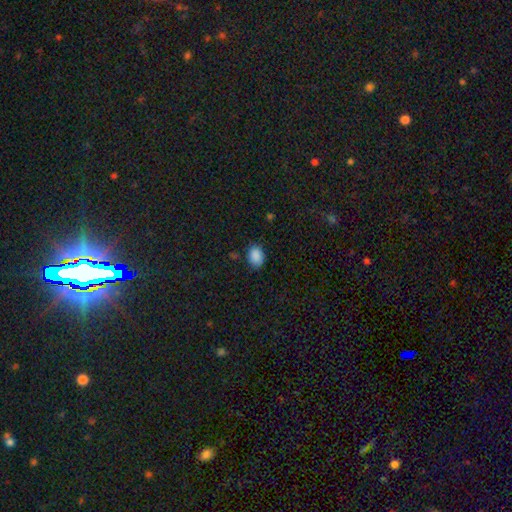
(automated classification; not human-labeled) Q: Smooth or featured?
A: smooth (88%); runner-up: star or artifact (8%)
Q: How rounded?
A: in between (73%); runner-up: round (26%)
Q: Merging?
A: none (79%); runner-up: minor disturbance (17%)